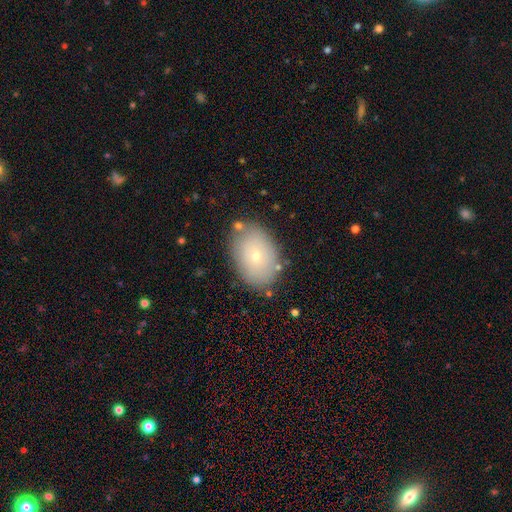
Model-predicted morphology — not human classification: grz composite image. It shows a smooth galaxy with no disk features (71%) that is in between round and cigar-shaped (82%). Merging: none (81%).